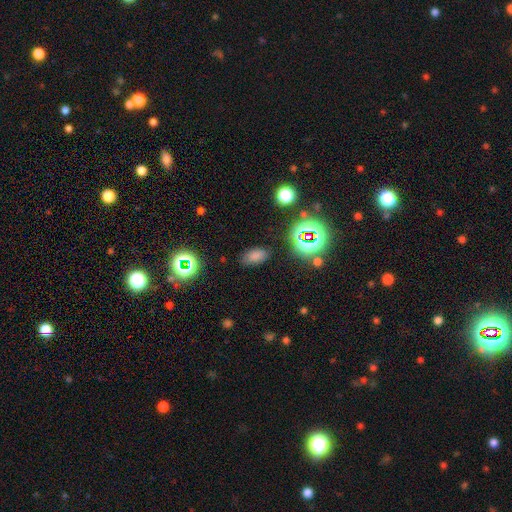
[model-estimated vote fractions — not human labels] smooth 70%, star or artifact 22%, featured or disk 7%. Down the decision tree: how rounded — in between (90%); merging — none (80%).